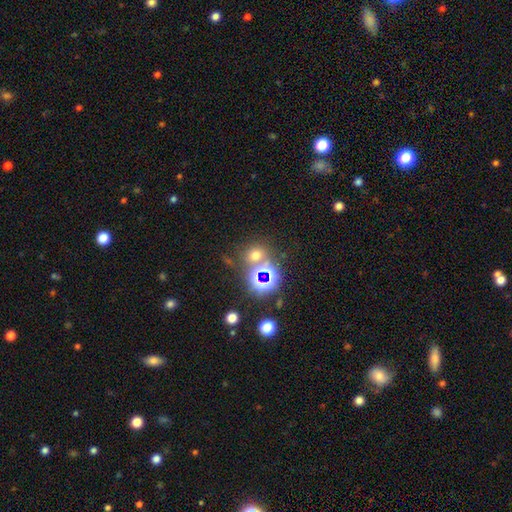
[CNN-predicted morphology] Smooth or featured? smooth (52%)
How rounded? round (76%)
Merging? none (67%)